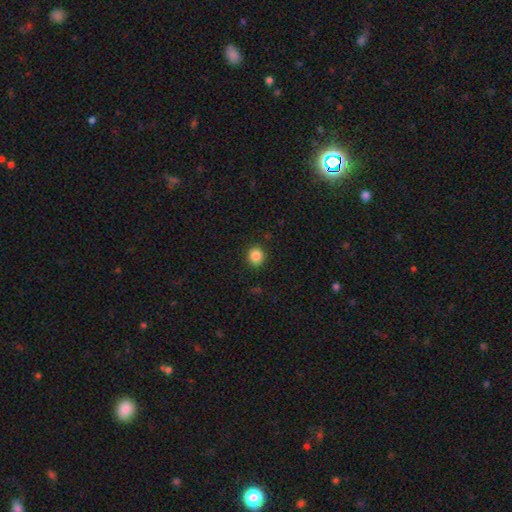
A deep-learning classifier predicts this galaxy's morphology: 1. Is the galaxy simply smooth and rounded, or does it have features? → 86% smooth, 10% star or artifact, 4% featured or disk.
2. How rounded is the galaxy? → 84% round, 15% in between, 1% cigar-shaped.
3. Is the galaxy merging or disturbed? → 90% none, 7% minor disturbance, 2% major disturbance, 1% merger.